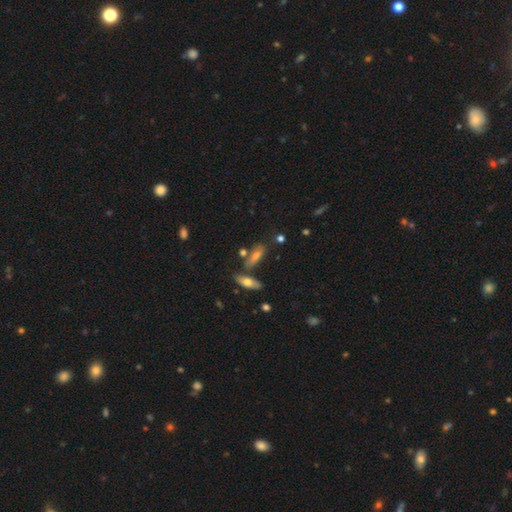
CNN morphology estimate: This appears to be a smooth galaxy with no disk features (58%) that is in between round and cigar-shaped (56%). Merging: none (62%).